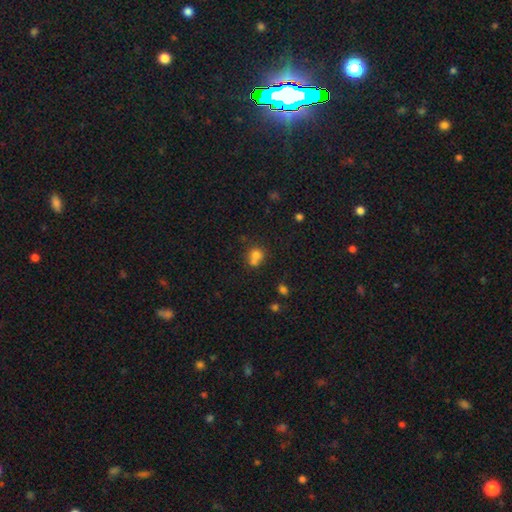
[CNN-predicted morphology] Smooth or featured: smooth — 73% (star or artifact — 14%)
How rounded: round — 72% (in between — 27%)
Merging: merger — 49% (none — 36%)